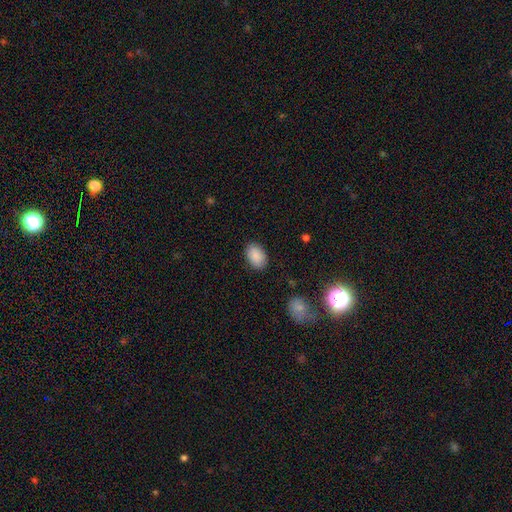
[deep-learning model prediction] Smooth or featured: smooth — 89% (star or artifact — 7%)
How rounded: in between — 87% (round — 12%)
Merging: none — 87% (minor disturbance — 9%)